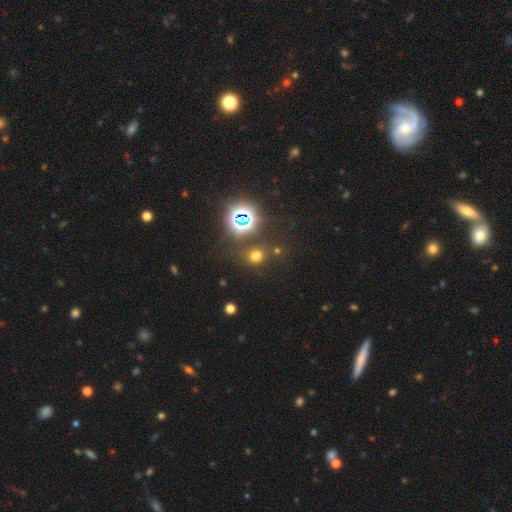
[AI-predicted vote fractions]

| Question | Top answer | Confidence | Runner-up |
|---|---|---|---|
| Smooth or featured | smooth | 59% | star or artifact (34%) |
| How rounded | round | 70% | in between (29%) |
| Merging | none | 76% | minor disturbance (11%) |